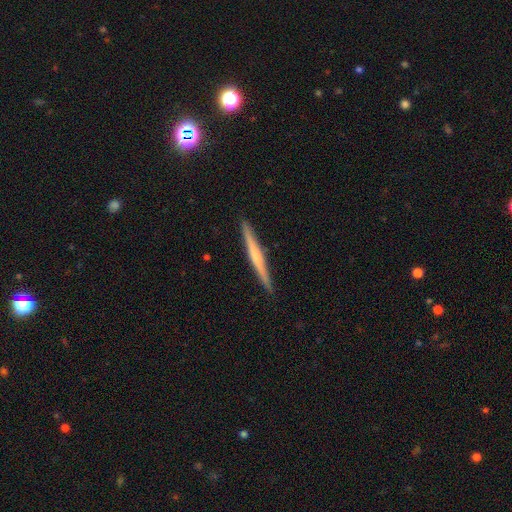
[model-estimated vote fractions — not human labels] A featured or disk galaxy (60%) viewed edge-on (98%) with a rounded central bulge (47%). Merging: none (92%).